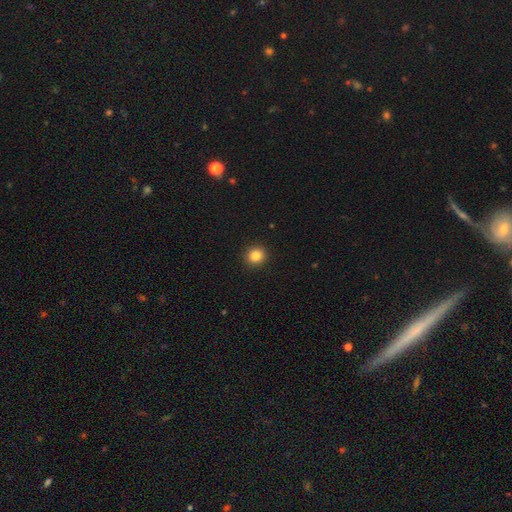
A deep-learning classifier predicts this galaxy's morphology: Smooth or featured: smooth — 84% (star or artifact — 11%)
How rounded: round — 89% (in between — 10%)
Merging: none — 93% (minor disturbance — 5%)